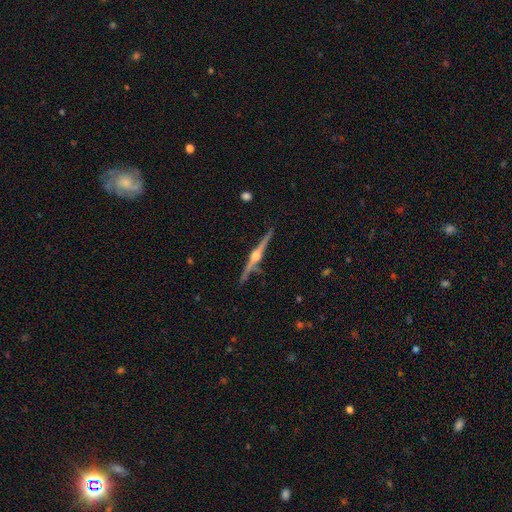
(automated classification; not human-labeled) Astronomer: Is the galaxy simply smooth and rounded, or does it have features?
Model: featured or disk — 89%.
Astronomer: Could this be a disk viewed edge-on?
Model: yes — 99%.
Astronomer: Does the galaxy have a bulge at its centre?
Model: rounded — 95%.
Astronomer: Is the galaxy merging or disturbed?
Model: none — 87%.